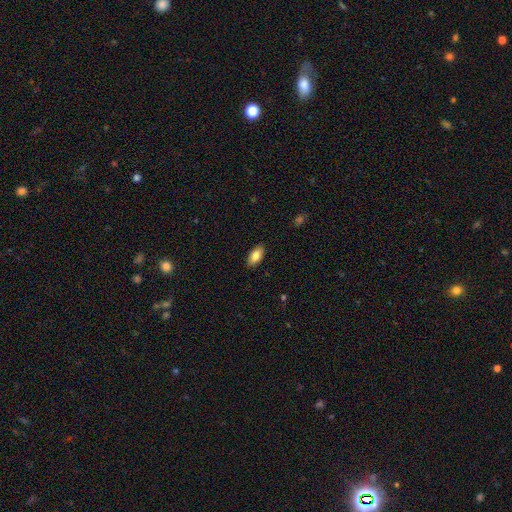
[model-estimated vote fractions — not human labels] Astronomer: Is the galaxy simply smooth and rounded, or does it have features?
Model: smooth — 84%.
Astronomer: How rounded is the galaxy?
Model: in between — 93%.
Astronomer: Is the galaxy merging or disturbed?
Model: none — 89%.